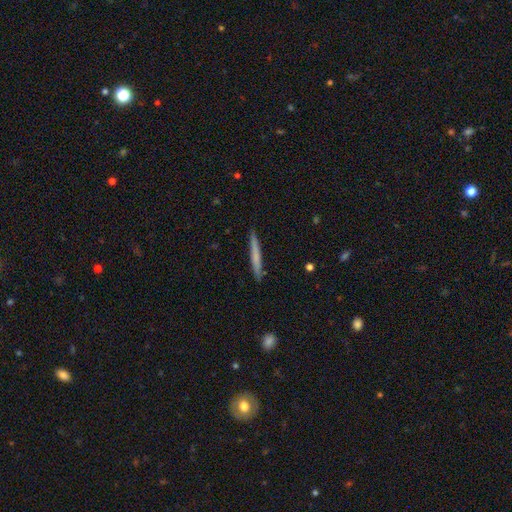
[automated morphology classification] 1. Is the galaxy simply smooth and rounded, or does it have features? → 65% smooth, 30% featured or disk, 6% star or artifact.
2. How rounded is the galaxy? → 97% cigar-shaped, 2% in between, 1% round.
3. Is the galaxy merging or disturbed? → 90% none, 8% minor disturbance, 1% major disturbance, 1% merger.